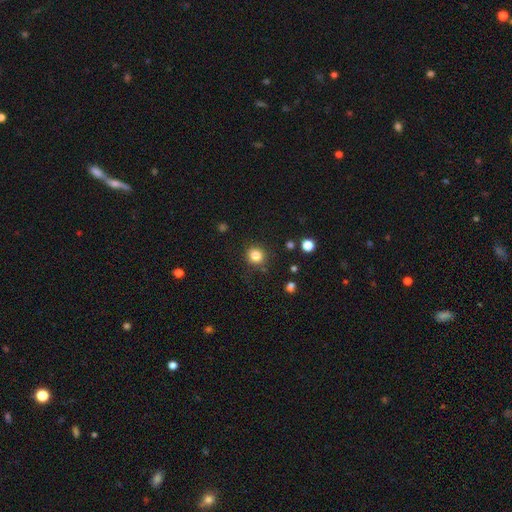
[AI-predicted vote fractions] This appears to be a smooth galaxy with no disk features (83%) that is round (90%). Merging: none (86%).